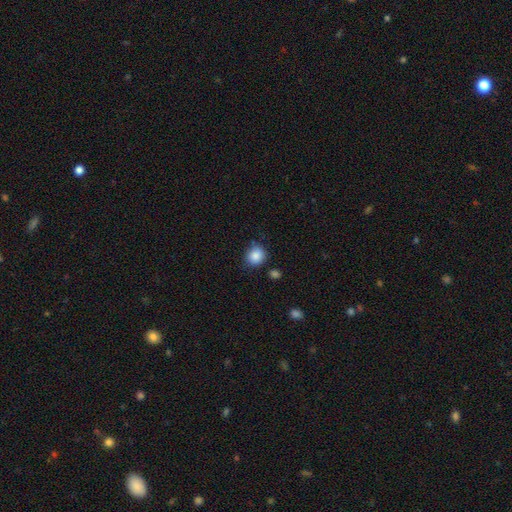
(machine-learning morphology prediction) Smooth or featured: smooth — 86% (star or artifact — 9%)
How rounded: round — 86% (in between — 13%)
Merging: none — 79% (minor disturbance — 13%)